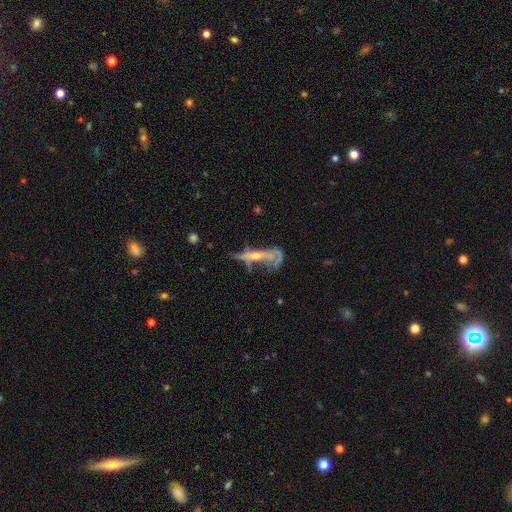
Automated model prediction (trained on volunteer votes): This is likely a featured or disk galaxy (62%). It is possibly not viewed edge-on (51%). Merging: marginally major disturbance (43%).